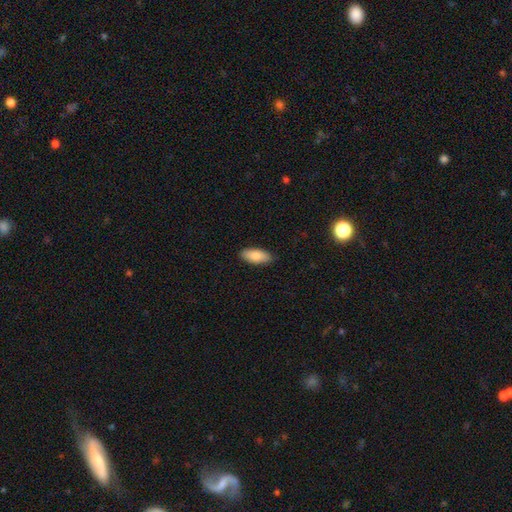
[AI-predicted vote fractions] Overall: smooth (86%). How rounded: in between (84%). Merging: none (87%).